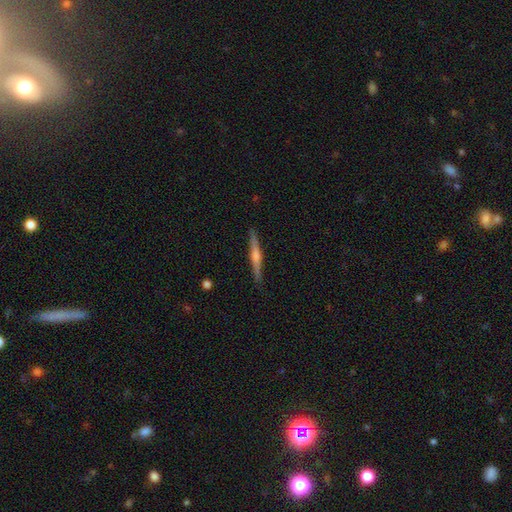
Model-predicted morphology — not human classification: A featured or disk galaxy (74%) viewed edge-on (98%) with a rounded central bulge (81%).

Vote fractions:
- Smooth or featured? featured or disk: 74% / smooth: 20% / star or artifact: 6%
- Edge-on disk? yes: 98% / no: 2%
- Edge-on bulge? rounded: 81% / boxy: 11% / none: 9%
- Merging? none: 91% / minor disturbance: 7% / major disturbance: 1% / merger: 1%